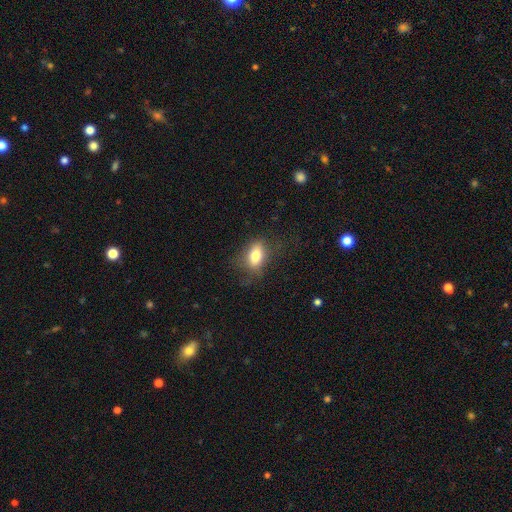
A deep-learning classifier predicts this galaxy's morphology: Q: Smooth or featured?
A: smooth (75%); runner-up: featured or disk (16%)
Q: How rounded?
A: in between (83%); runner-up: round (12%)
Q: Merging?
A: none (65%); runner-up: minor disturbance (21%)